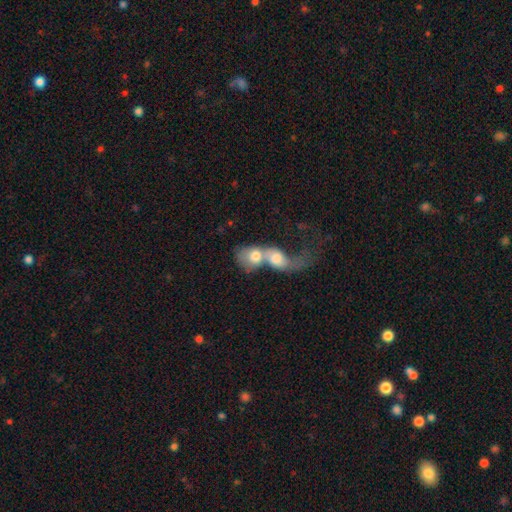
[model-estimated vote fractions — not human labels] Smooth or featured? Predicted: smooth (p=0.63). How rounded? Predicted: in between (p=0.54). Merging? Predicted: merger (p=0.82).